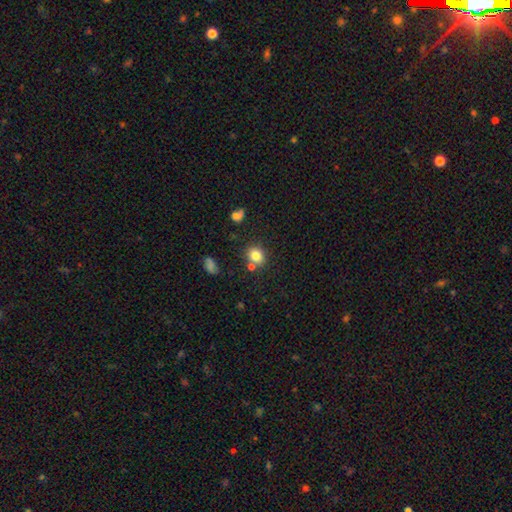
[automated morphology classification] type=smooth (81%); roundness=round (59%); merging=none (69%).